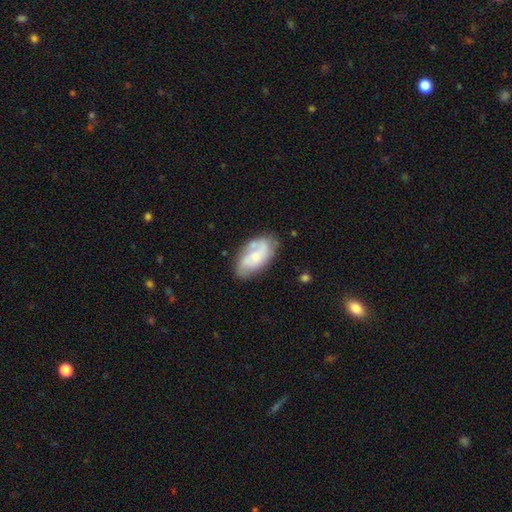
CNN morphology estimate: A featured or disk galaxy (56%) with no bar (67%), spiral arms (79%) and a small central bulge (49%). Merging: none (65%).